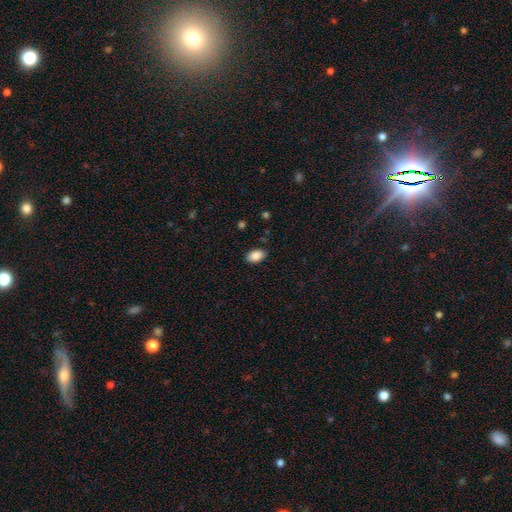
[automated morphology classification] Smooth or featured? Predicted: smooth (p=0.89). How rounded? Predicted: in between (p=0.91). Merging? Predicted: none (p=0.87).